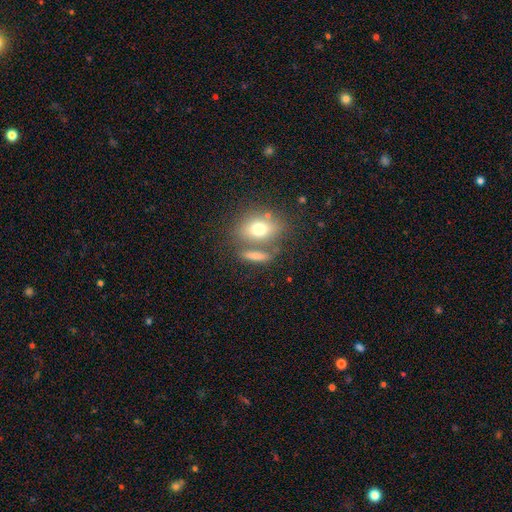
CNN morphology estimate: smooth_or_featured: smooth (p=0.71) [alt: featured or disk p=0.19]
how_rounded: in between (p=0.50) [alt: cigar-shaped p=0.31]
merging: none (p=0.59) [alt: merger p=0.23]